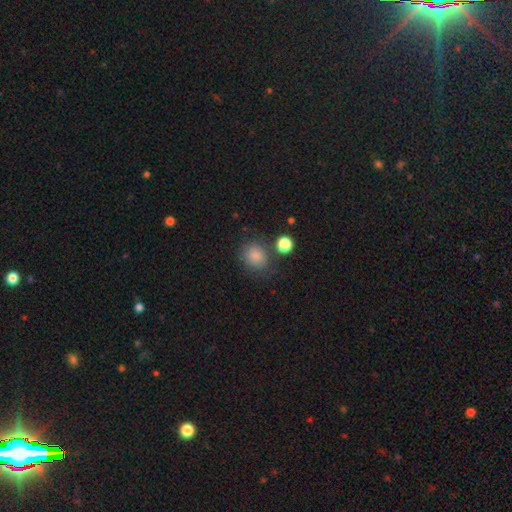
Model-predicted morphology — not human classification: Smooth or featured: smooth — 84% (star or artifact — 10%)
How rounded: round — 75% (in between — 24%)
Merging: none — 72% (minor disturbance — 14%)